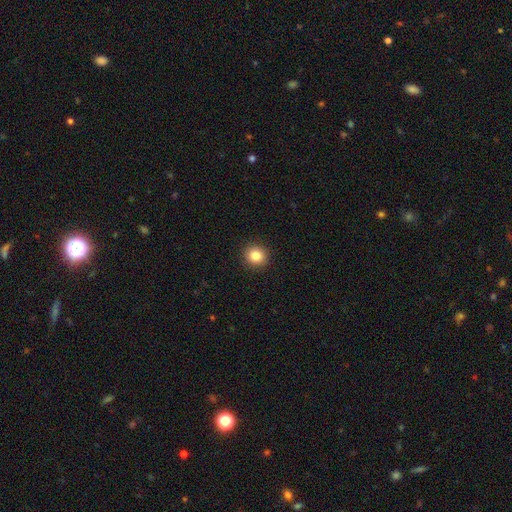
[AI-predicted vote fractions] Morphology: type=smooth (84%); roundness=round (91%); merging=none (93%).